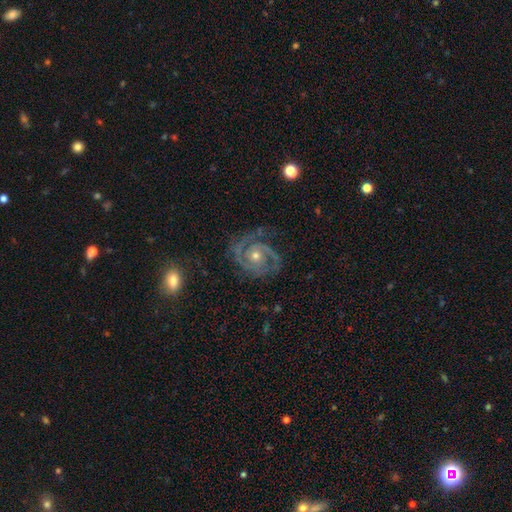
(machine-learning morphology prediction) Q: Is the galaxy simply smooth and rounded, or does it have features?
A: featured or disk — 91%.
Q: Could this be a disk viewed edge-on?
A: no — 98%.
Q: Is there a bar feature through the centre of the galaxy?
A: no — 74%.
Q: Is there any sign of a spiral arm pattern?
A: yes — 98%.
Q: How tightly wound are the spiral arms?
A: tight — 62%.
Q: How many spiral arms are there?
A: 2 — 72%.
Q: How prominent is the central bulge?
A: moderate — 53%.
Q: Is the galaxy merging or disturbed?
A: none — 76%.